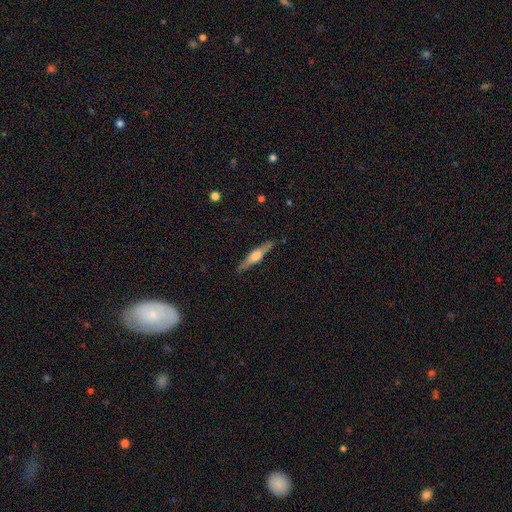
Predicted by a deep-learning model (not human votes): smooth-or-featured: featured or disk: 61% | smooth: 34% | star or artifact: 6%
  disk-edge-on: yes: 96% | no: 4%
    edge-on-bulge: rounded: 86% | boxy: 9% | none: 4%
  merging: none: 88% | minor disturbance: 9% | major disturbance: 2% | merger: 1%